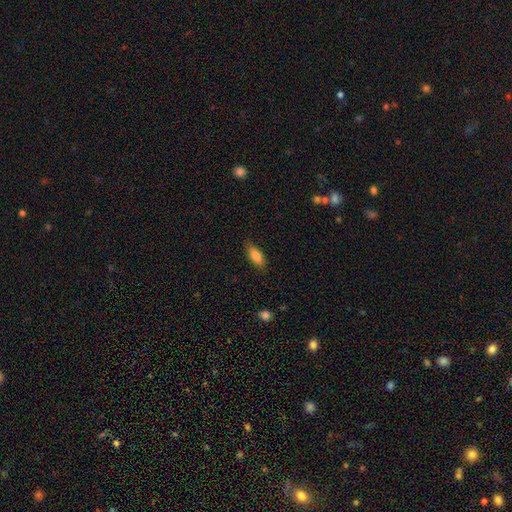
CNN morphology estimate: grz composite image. It shows a smooth galaxy with no disk features (82%) that is in between round and cigar-shaped (72%). Merging: none (83%).